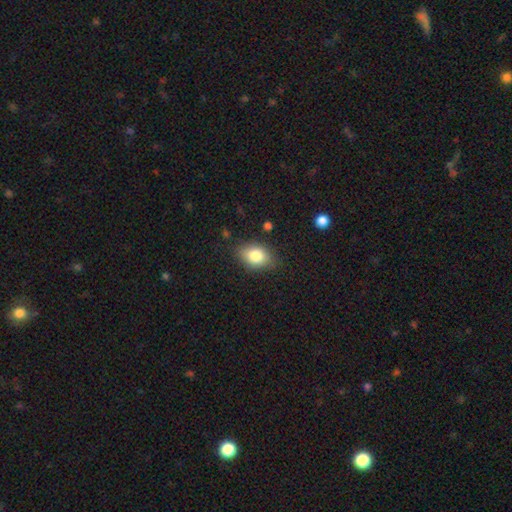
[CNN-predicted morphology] A smooth galaxy with no disk features (81%) that is in between round and cigar-shaped (80%).

Vote fractions:
- Smooth or featured? smooth: 81% / featured or disk: 11% / star or artifact: 8%
- How rounded? in between: 80% / round: 18% / cigar-shaped: 2%
- Merging? none: 80% / minor disturbance: 15% / major disturbance: 3% / merger: 2%